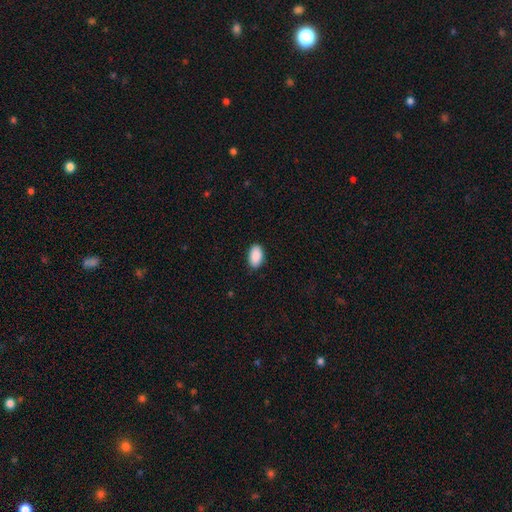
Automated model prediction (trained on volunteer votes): smooth 91%, star or artifact 6%, featured or disk 3%. Down the decision tree: how rounded — in between (94%); merging — none (87%).